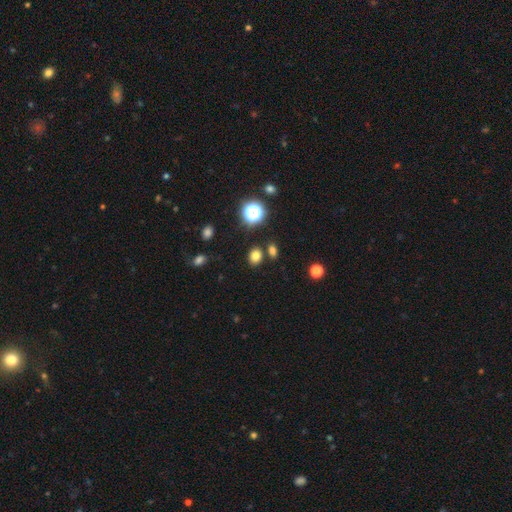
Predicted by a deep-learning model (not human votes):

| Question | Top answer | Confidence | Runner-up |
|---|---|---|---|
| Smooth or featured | smooth | 76% | star or artifact (17%) |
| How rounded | in between | 53% | round (46%) |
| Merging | none | 77% | merger (10%) |